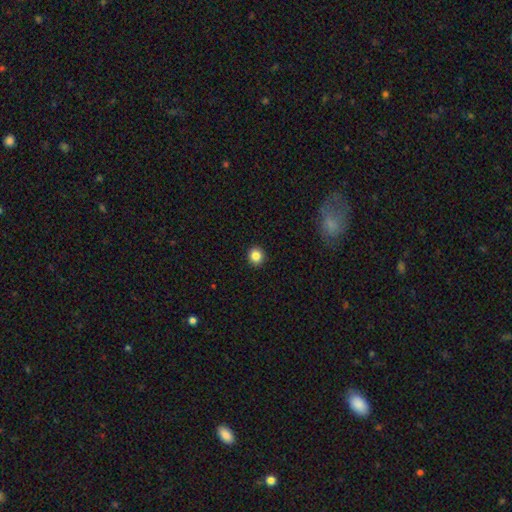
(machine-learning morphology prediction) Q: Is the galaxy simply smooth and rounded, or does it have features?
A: smooth — 85%.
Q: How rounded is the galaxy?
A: round — 90%.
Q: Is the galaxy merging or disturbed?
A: none — 92%.